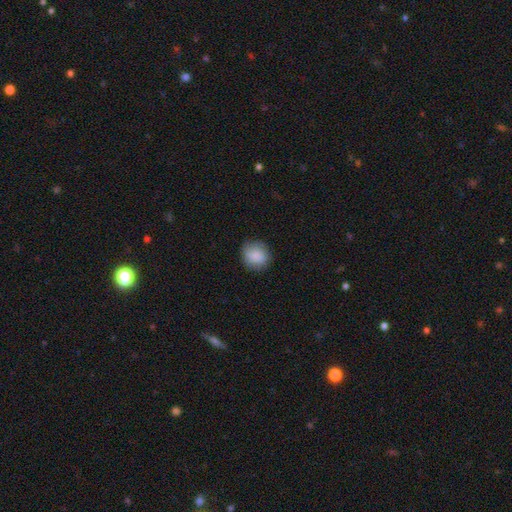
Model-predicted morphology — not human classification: This is clearly a smooth galaxy (87%). How rounded: clearly round (81%). Merging: clearly none (83%).